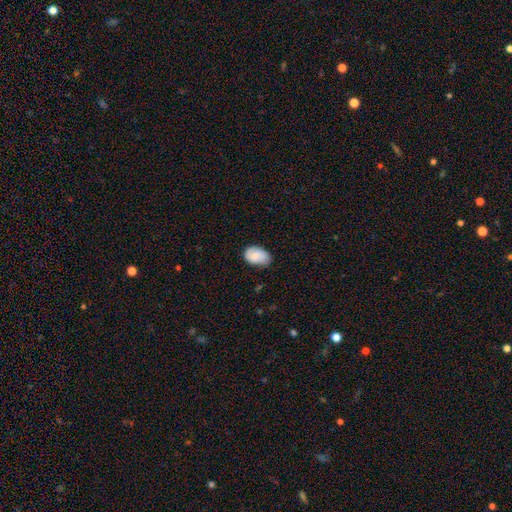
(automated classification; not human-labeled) Smooth or featured?
  - smooth: 75% *
  - featured or disk: 18%
  - star or artifact: 7%
How rounded?
  - in between: 87% *
  - round: 12%
  - cigar-shaped: 1%
Merging?
  - none: 65% *
  - minor disturbance: 29%
  - major disturbance: 5%
  - merger: 1%